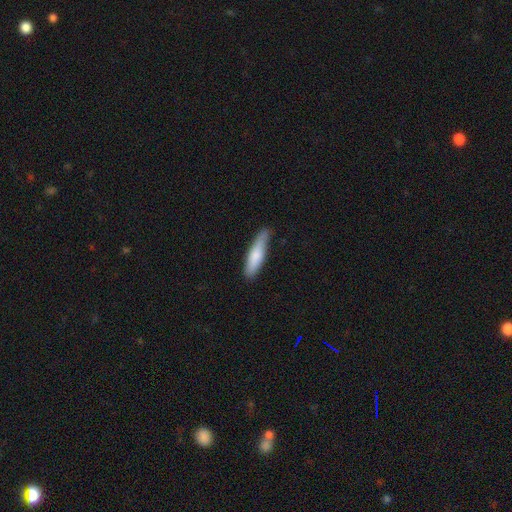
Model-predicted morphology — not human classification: smooth-or-featured: smooth: 77% | featured or disk: 17% | star or artifact: 5%
  how-rounded: cigar-shaped: 74% | in between: 24% | round: 1%
  merging: none: 73% | minor disturbance: 22% | major disturbance: 4% | merger: 2%